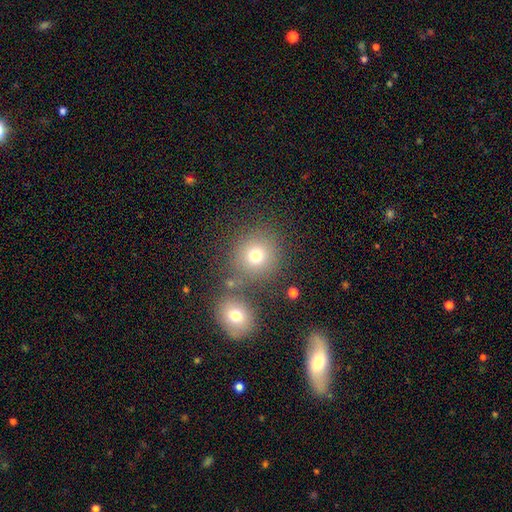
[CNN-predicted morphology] smooth_or_featured: smooth (p=0.74) [alt: star or artifact p=0.16]
how_rounded: round (p=0.89) [alt: in between p=0.10]
merging: none (p=0.71) [alt: merger p=0.15]